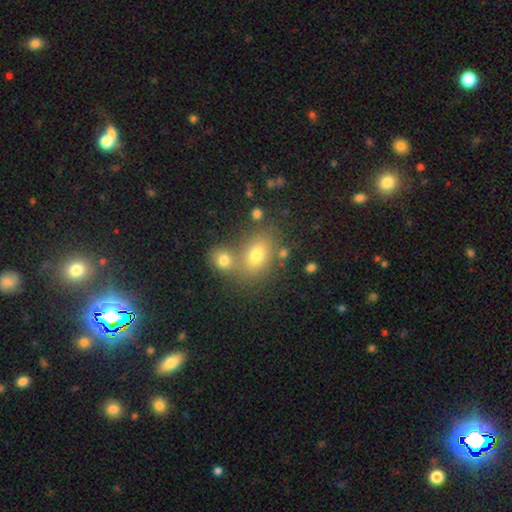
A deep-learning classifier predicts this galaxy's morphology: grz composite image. It shows a smooth galaxy with no disk features (73%) that is in between round and cigar-shaped (68%). Merging: none (51%).